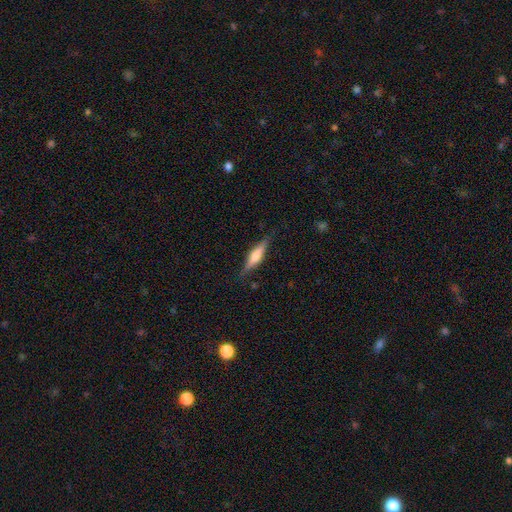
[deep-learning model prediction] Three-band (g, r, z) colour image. It shows a featured or disk galaxy (54%) viewed edge-on (95%) with a rounded central bulge (76%). Merging: none (84%).